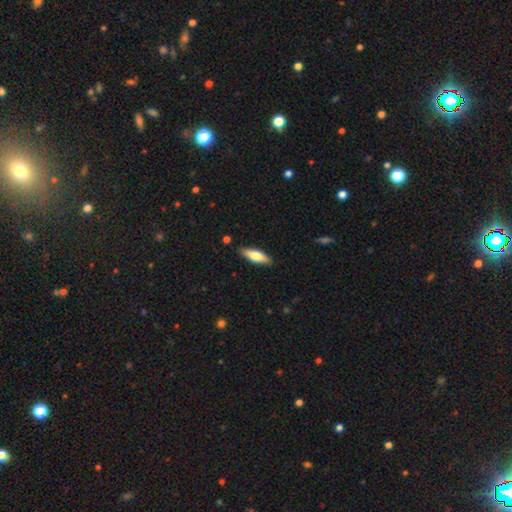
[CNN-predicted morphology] A smooth galaxy with no disk features (68%) that is in between round and cigar-shaped (55%). Merging: none (87%).